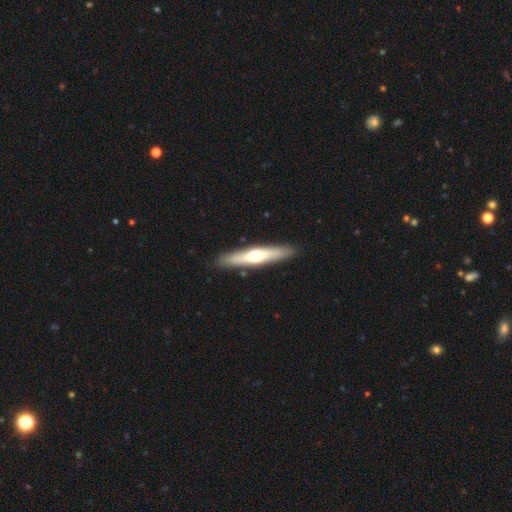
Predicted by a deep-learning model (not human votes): smooth_or_featured: featured or disk (p=0.50) [alt: smooth p=0.45]
disk_edge_on: yes (p=0.90) [alt: no p=0.10]
merging: none (p=0.90) [alt: minor disturbance p=0.07]